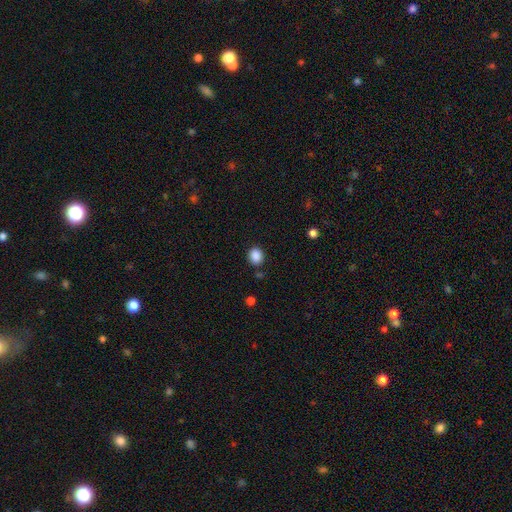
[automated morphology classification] Smooth or featured? smooth (88%)
How rounded? round (68%)
Merging? none (85%)